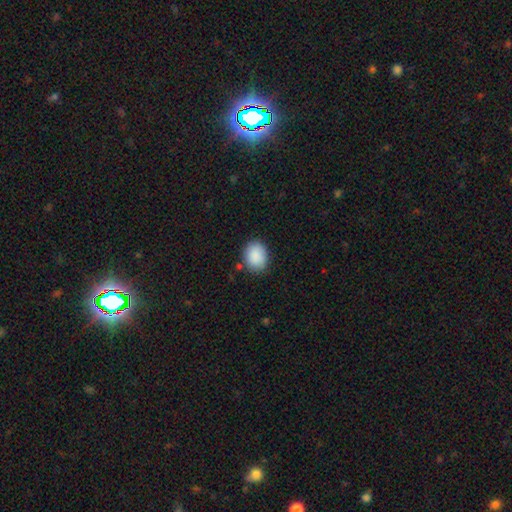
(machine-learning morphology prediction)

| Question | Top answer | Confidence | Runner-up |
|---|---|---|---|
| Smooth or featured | smooth | 90% | star or artifact (7%) |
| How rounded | in between | 57% | round (42%) |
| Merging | none | 84% | minor disturbance (12%) |